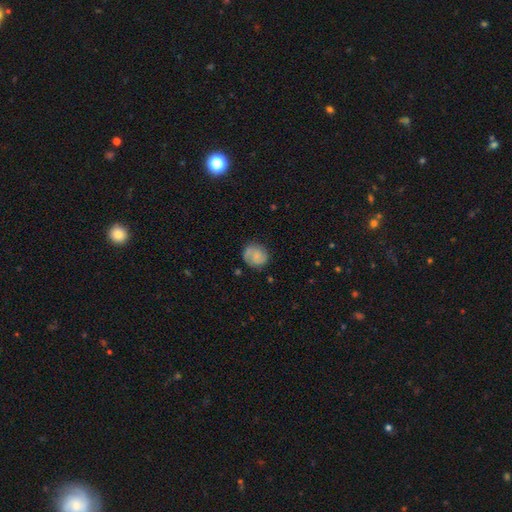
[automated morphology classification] Smooth or featured? Predicted: featured or disk (p=0.49). Merging? Predicted: none (p=0.76).